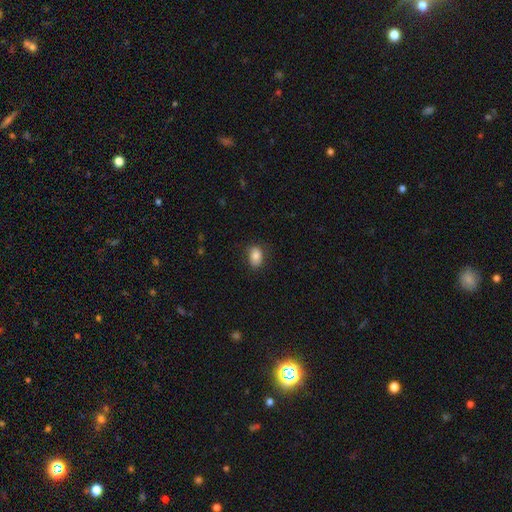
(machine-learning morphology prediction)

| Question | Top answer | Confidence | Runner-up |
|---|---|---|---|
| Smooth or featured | smooth | 79% | featured or disk (12%) |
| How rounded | in between | 80% | round (19%) |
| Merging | none | 77% | minor disturbance (17%) |